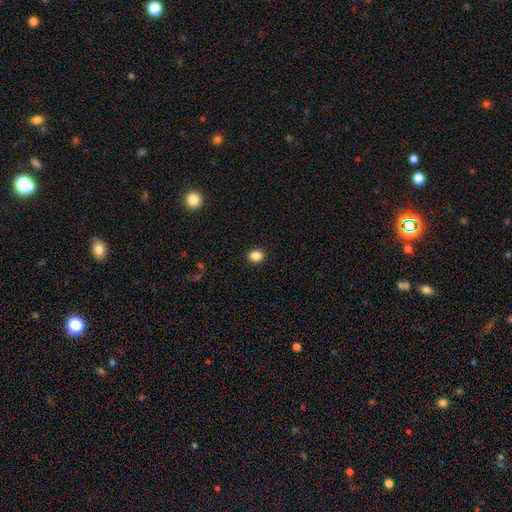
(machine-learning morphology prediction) The model was most divided on "how rounded": round: 78%, in between: 21%, cigar-shaped: 1%. More confident: merging — none (92%); smooth or featured — smooth (85%).